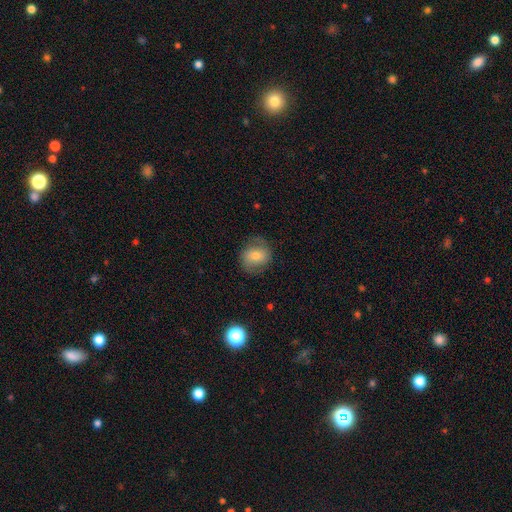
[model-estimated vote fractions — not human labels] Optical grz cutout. It shows a smooth galaxy with no disk features (58%) that is round (67%). Merging: none (75%).